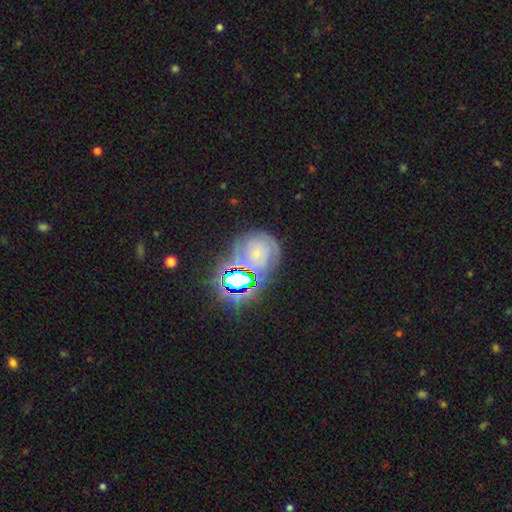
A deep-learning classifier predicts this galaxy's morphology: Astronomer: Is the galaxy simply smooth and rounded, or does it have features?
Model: featured or disk — 40% (runner-up: star or artifact, 37%).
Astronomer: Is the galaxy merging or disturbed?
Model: none — 60%.